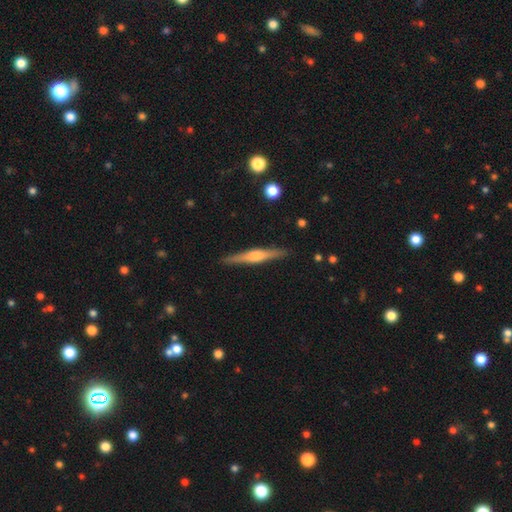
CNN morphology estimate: smooth-or-featured: featured or disk: 70% | smooth: 24% | star or artifact: 6%
  disk-edge-on: yes: 98% | no: 2%
    edge-on-bulge: rounded: 82% | boxy: 12% | none: 6%
  merging: none: 91% | minor disturbance: 7% | major disturbance: 1% | merger: 1%